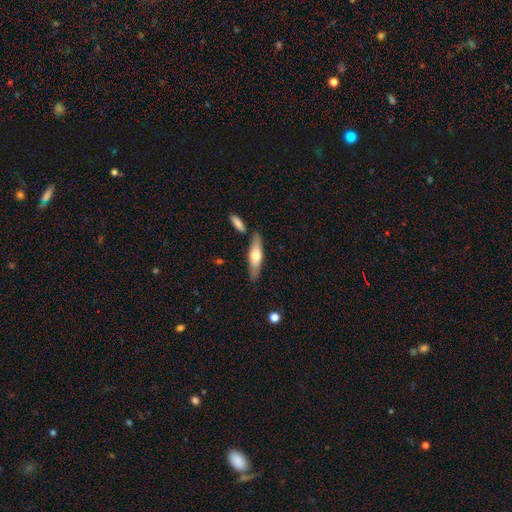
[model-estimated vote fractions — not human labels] Smooth or featured? Predicted: smooth (p=0.52). How rounded? Predicted: cigar-shaped (p=0.63). Merging? Predicted: none (p=0.80).